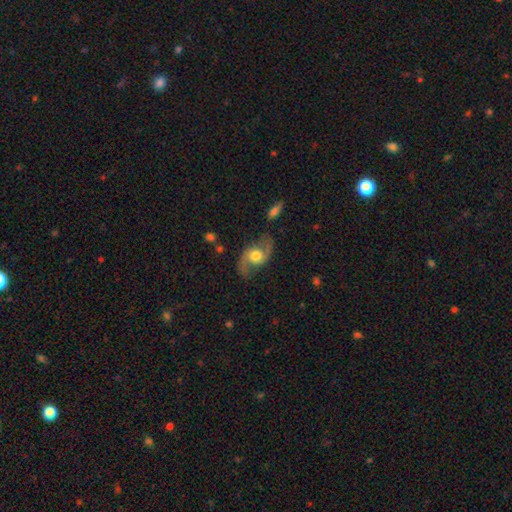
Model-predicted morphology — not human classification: Overall: featured or disk (79%). Edge-on disk: no (96%). Bar: no (68%). Spiral arms: yes (92%). Spiral arm count: 2 (92%). Spiral winding: loose (56%; medium 36%). Bulge size: moderate (61%; large 28%). Merging: none (72%).